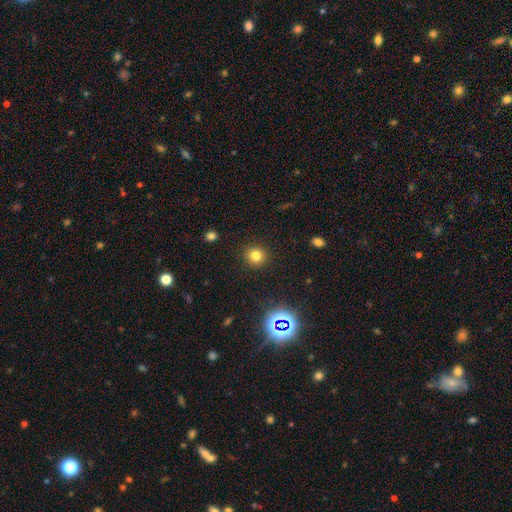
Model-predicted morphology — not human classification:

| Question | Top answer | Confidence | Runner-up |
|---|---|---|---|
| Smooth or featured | smooth | 78% | star or artifact (16%) |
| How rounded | round | 91% | in between (8%) |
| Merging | none | 91% | minor disturbance (6%) |